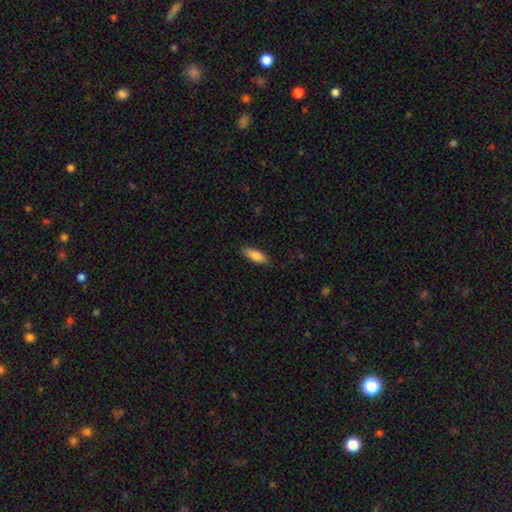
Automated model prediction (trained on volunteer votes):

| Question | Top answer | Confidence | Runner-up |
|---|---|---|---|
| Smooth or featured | smooth | 83% | featured or disk (11%) |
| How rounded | in between | 67% | cigar-shaped (31%) |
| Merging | none | 83% | minor disturbance (13%) |